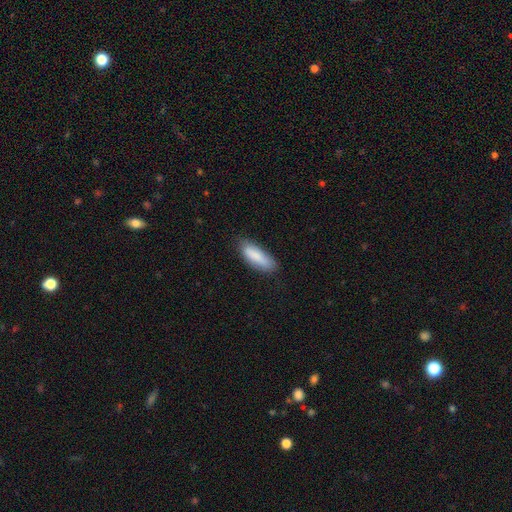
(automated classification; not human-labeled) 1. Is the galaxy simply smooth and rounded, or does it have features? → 85% smooth, 8% featured or disk, 6% star or artifact.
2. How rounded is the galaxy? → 55% in between, 44% cigar-shaped, 2% round.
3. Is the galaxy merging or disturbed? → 79% none, 17% minor disturbance, 3% major disturbance, 1% merger.